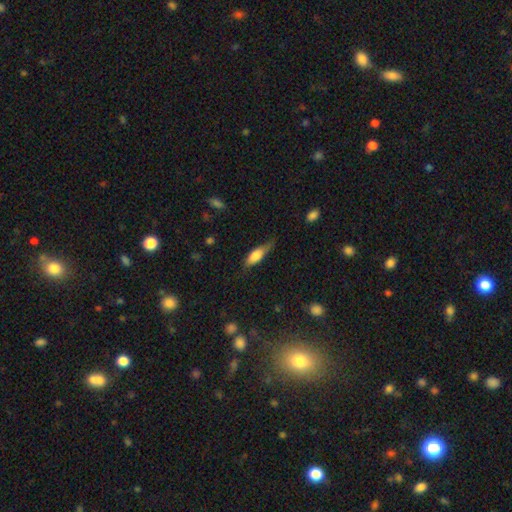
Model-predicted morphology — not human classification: Overall: smooth (66%; featured or disk 27%). How rounded: in between (60%; cigar-shaped 38%). Merging: none (55%; minor disturbance 32%).